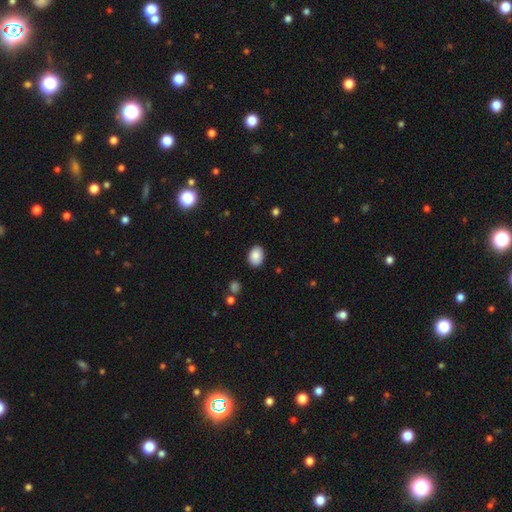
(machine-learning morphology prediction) Smooth or featured: smooth — 87% (star or artifact — 8%)
How rounded: in between — 75% (round — 24%)
Merging: none — 87% (minor disturbance — 9%)